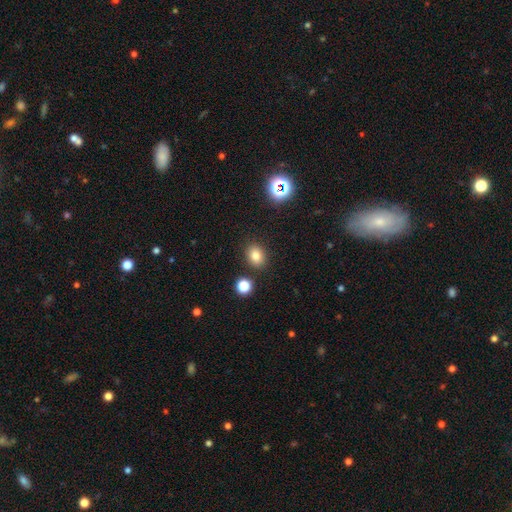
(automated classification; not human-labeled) This appears to be a smooth galaxy with no disk features (80%) that is in between round and cigar-shaped (53%). Merging: none (86%).